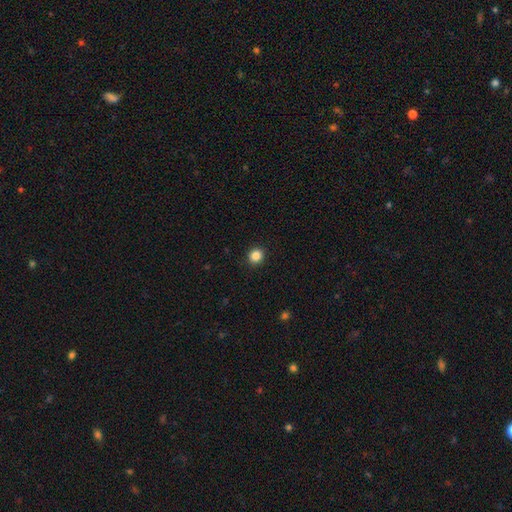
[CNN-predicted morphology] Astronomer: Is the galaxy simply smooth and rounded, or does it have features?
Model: smooth — 86%.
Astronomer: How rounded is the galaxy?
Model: round — 88%.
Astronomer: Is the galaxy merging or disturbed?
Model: none — 92%.